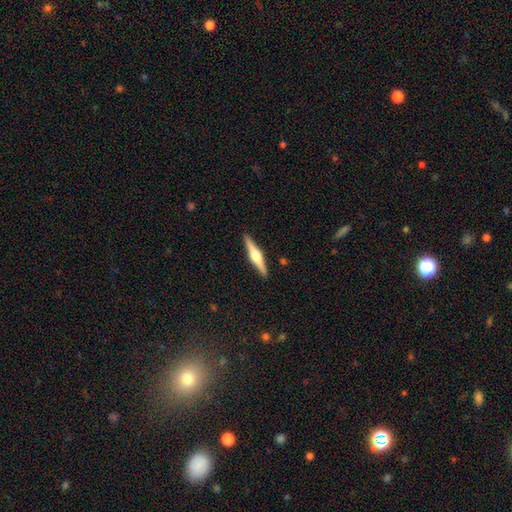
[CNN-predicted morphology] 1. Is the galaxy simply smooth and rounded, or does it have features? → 73% featured or disk, 22% smooth, 5% star or artifact.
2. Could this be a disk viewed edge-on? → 98% yes, 2% no.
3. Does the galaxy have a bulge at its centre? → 91% rounded, 7% boxy, 2% none.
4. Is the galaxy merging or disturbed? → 91% none, 6% minor disturbance, 1% major disturbance, 1% merger.